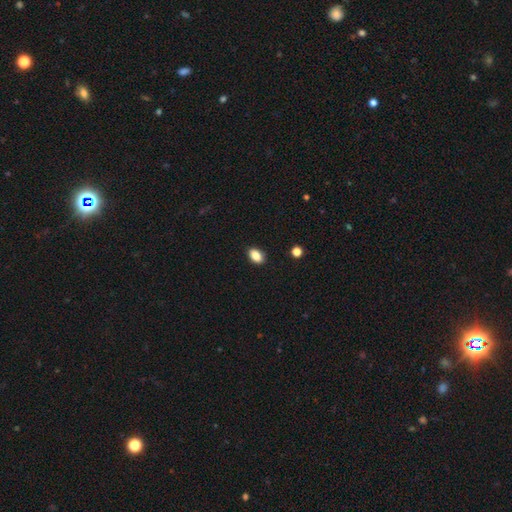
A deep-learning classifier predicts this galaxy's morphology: Smooth or featured: smooth — 86% (star or artifact — 9%)
How rounded: in between — 88% (round — 11%)
Merging: none — 89% (minor disturbance — 8%)